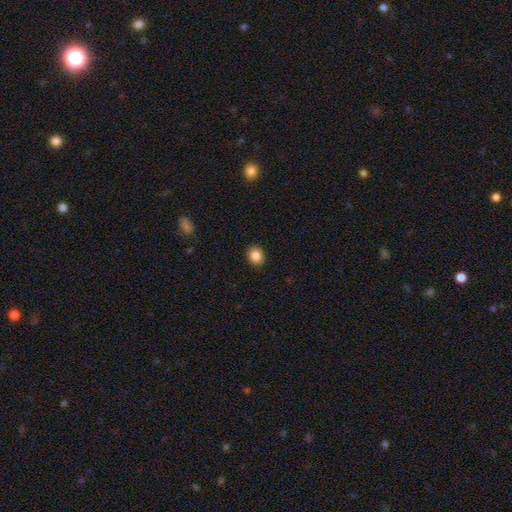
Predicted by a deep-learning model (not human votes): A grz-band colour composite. It shows a smooth galaxy with no disk features (86%) that is round (65%). Merging: none (91%).